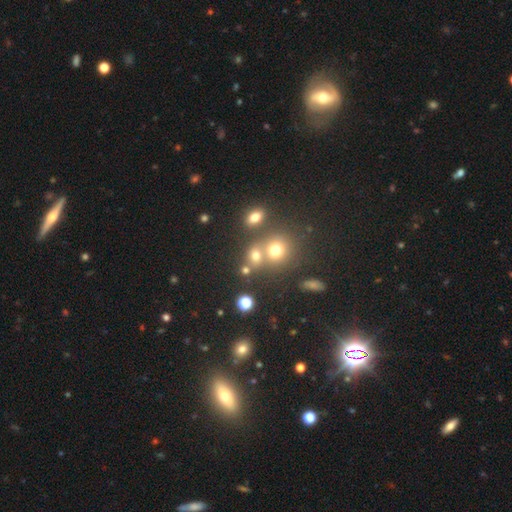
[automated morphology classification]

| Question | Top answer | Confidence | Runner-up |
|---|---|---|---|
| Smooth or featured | smooth | 68% | star or artifact (20%) |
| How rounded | round | 72% | in between (26%) |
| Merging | none | 51% | merger (36%) |